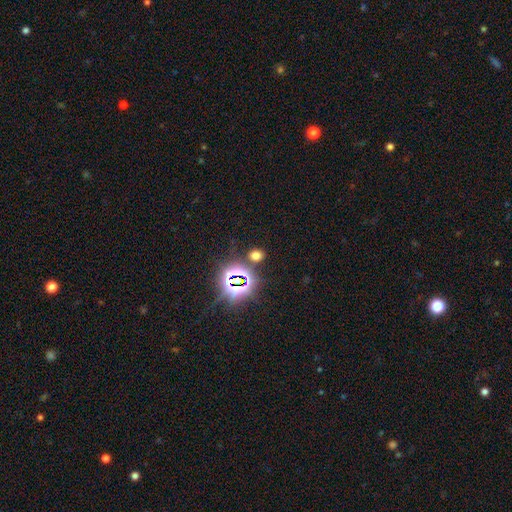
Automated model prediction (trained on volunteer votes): Smooth or featured? Predicted: smooth (p=0.56). How rounded? Predicted: round (p=0.56). Merging? Predicted: none (p=0.82).